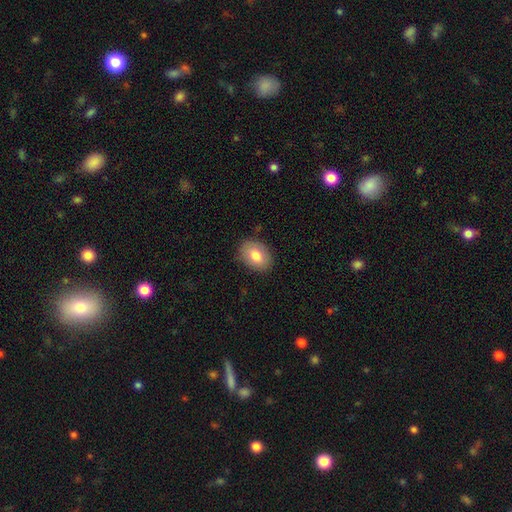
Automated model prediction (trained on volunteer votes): The model was most divided on "how rounded": in between: 77%, round: 22%, cigar-shaped: 1%. More confident: merging — none (85%); smooth or featured — smooth (79%).